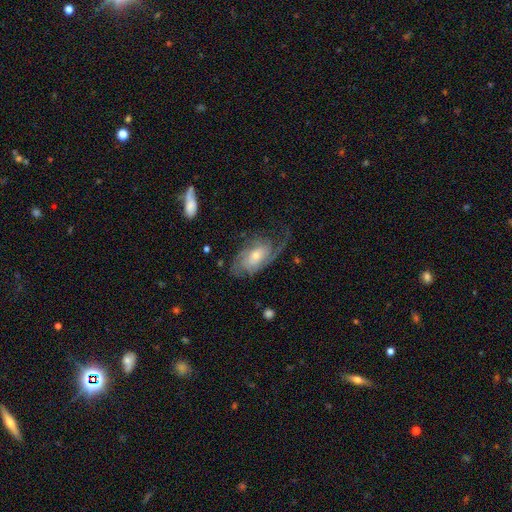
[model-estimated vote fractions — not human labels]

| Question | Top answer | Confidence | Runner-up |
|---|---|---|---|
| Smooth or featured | featured or disk | 82% | smooth (12%) |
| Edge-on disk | no | 95% | yes (5%) |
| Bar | no | 61% | weak (31%) |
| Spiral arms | yes | 95% | no (5%) |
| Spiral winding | tight | 41% | medium (39%) |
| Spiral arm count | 2 | 44% | can't tell (23%) |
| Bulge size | small | 51% | moderate (42%) |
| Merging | none | 59% | major disturbance (20%) |